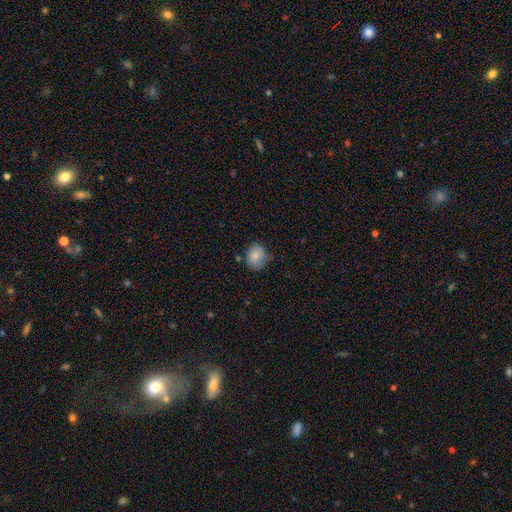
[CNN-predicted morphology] Q: Smooth or featured?
A: smooth (79%); runner-up: featured or disk (13%)
Q: How rounded?
A: round (55%); runner-up: in between (44%)
Q: Merging?
A: none (55%); runner-up: minor disturbance (32%)